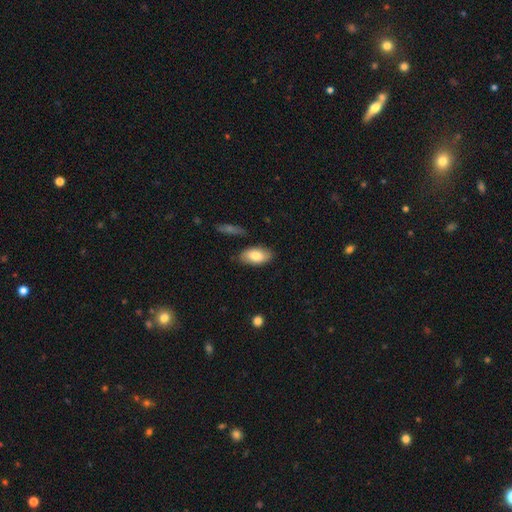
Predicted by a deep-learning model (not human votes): This appears to be a smooth galaxy with no disk features (80%) that is in between round and cigar-shaped (92%). Merging: none (82%).